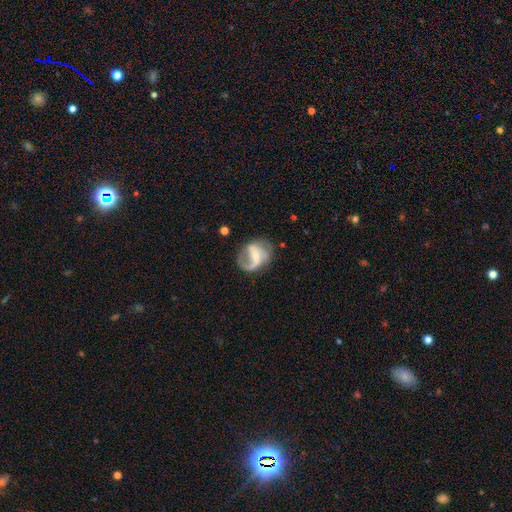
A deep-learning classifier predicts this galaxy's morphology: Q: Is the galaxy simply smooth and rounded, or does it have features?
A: featured or disk — 78%.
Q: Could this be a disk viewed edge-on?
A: no — 97%.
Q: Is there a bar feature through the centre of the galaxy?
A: weak — 45%.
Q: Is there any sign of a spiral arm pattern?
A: yes — 89%.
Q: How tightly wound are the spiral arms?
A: loose — 50%.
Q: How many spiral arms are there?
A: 2 — 58%.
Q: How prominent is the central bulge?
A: small — 53%.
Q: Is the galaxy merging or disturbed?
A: none — 52%.